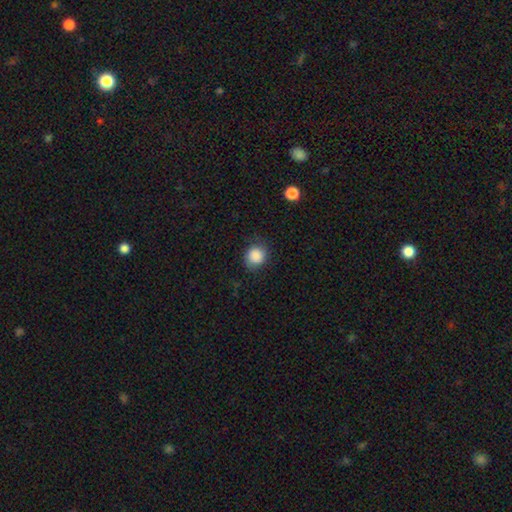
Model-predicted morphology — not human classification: Smooth or featured? Predicted: smooth (p=0.87). How rounded? Predicted: round (p=0.82). Merging? Predicted: none (p=0.79).